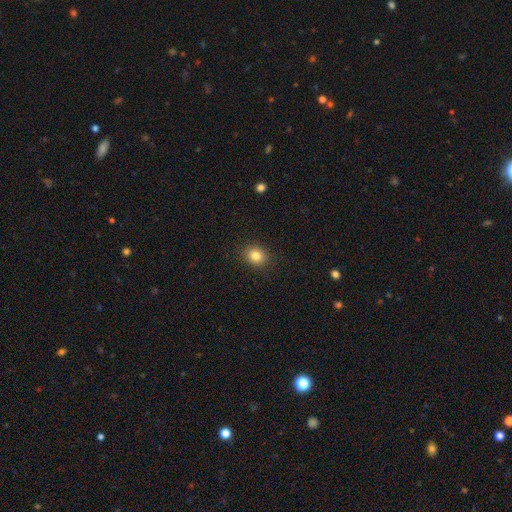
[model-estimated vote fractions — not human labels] smooth 84%, star or artifact 11%, featured or disk 6%. Down the decision tree: how rounded — round (64%); merging — none (89%).